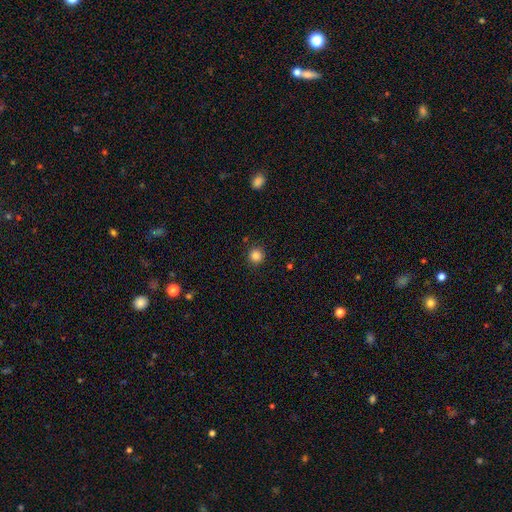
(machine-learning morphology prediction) smooth_or_featured: smooth (p=0.84) [alt: star or artifact p=0.11]
how_rounded: round (p=0.94) [alt: in between p=0.05]
merging: none (p=0.91) [alt: minor disturbance p=0.06]